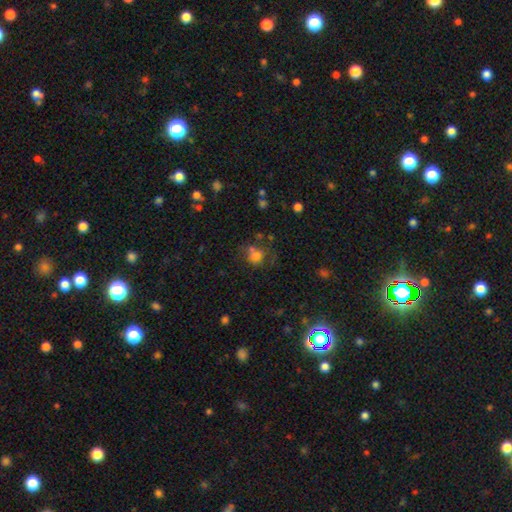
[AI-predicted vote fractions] Morphology: type=smooth (72%); roundness=round (76%); merging=none (50%).